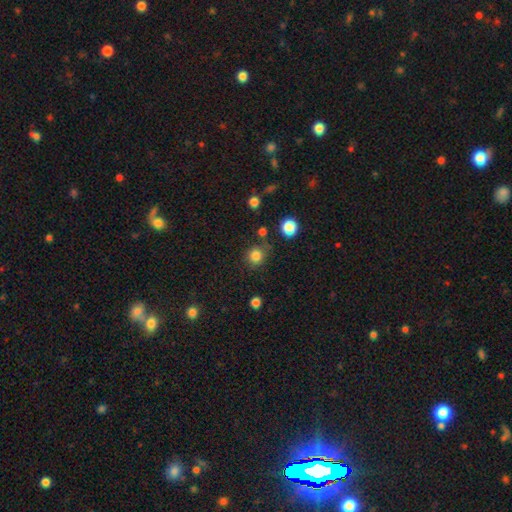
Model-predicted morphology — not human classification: smooth-or-featured: smooth: 83% | star or artifact: 13% | featured or disk: 5%
  how-rounded: round: 89% | in between: 10% | cigar-shaped: 1%
  merging: none: 78% | minor disturbance: 12% | merger: 5% | major disturbance: 4%